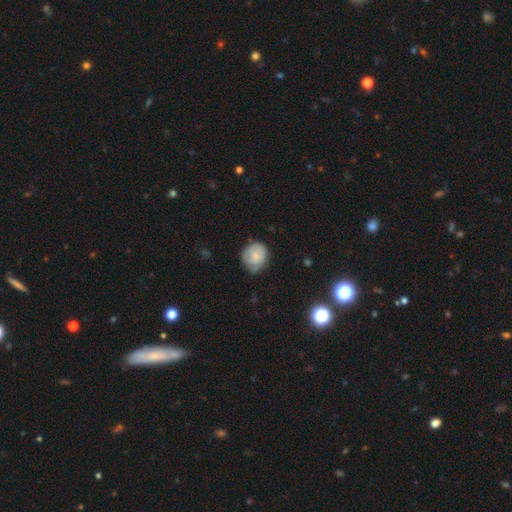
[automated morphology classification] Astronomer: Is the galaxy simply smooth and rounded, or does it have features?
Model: smooth — 66%.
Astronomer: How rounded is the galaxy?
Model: round — 77%.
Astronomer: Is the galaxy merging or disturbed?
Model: none — 59%.